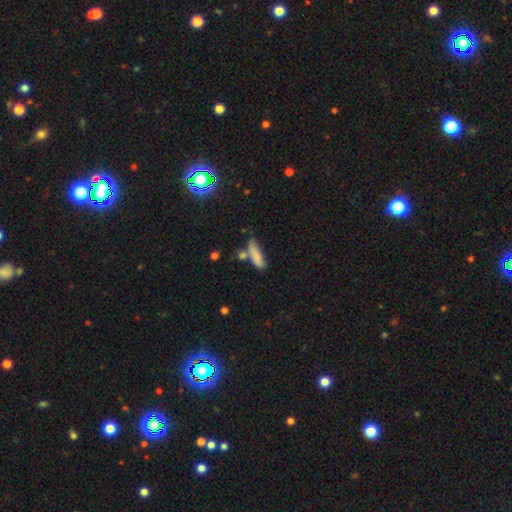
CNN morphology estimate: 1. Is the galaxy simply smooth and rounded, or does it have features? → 78% smooth, 13% featured or disk, 8% star or artifact.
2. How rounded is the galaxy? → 53% cigar-shaped, 44% in between, 3% round.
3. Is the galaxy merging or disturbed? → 45% none, 26% minor disturbance, 19% merger, 10% major disturbance.